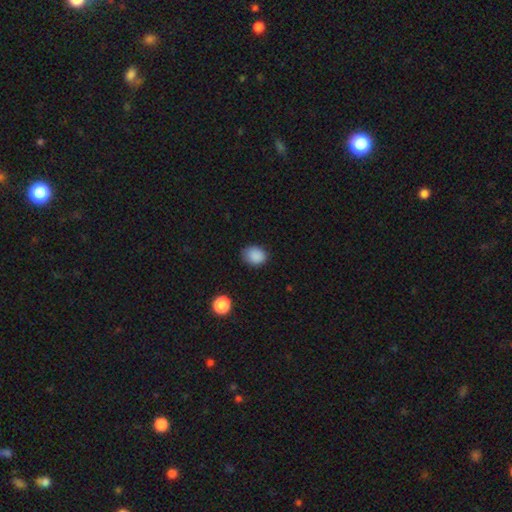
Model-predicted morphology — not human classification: Smooth or featured?
  - smooth: 87% *
  - star or artifact: 9%
  - featured or disk: 3%
How rounded?
  - round: 51% *
  - in between: 48%
  - cigar-shaped: 1%
Merging?
  - none: 77% *
  - minor disturbance: 18%
  - major disturbance: 3%
  - merger: 1%